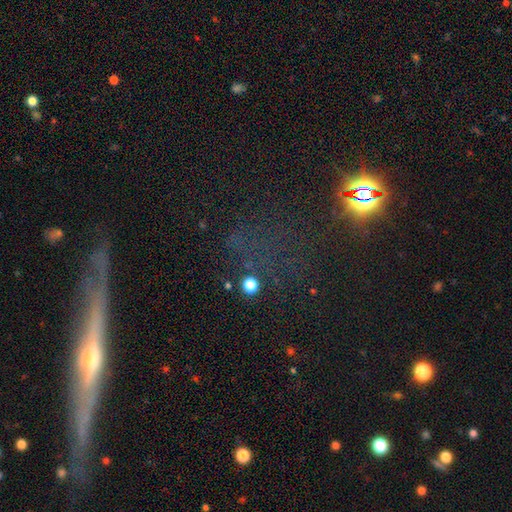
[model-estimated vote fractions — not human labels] The model was most divided on "smooth or featured": star or artifact: 44%, featured or disk: 29%, smooth: 28%.